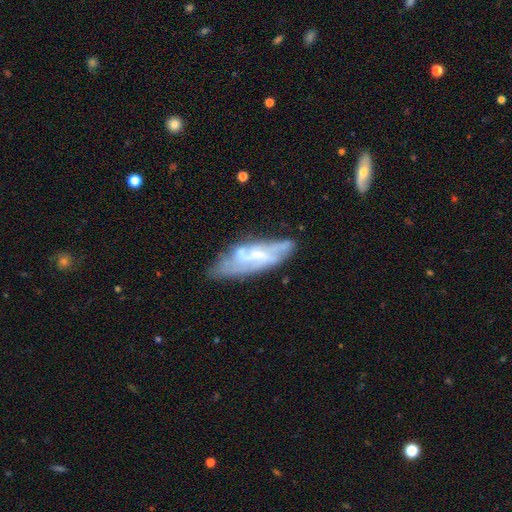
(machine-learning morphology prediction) A featured or disk galaxy (70%) with no bar (43%), spiral arms (75%) and a small central bulge (57%).

Vote fractions:
- Smooth or featured? featured or disk: 70% / smooth: 22% / star or artifact: 7%
- Edge-on disk? no: 82% / yes: 18%
- Bar? no: 43% / weak: 41% / strong: 16%
- Spiral arms? yes: 75% / no: 25%
- Bulge size? small: 57% / moderate: 28% / none: 11% / large: 2% / dominant: 1%
- Merging? none: 54% / minor disturbance: 28% / major disturbance: 13% / merger: 5%